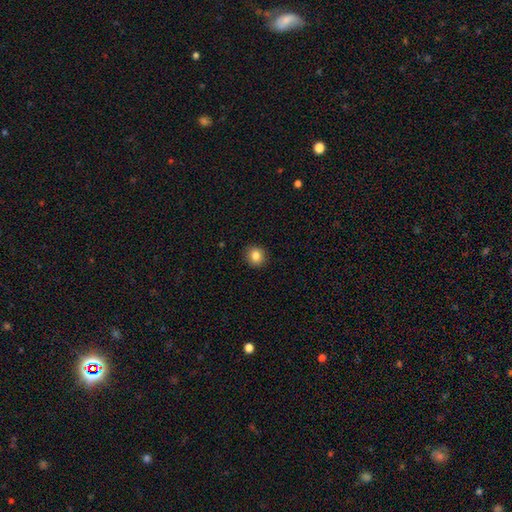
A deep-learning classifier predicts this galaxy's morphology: Smooth or featured?
  - smooth: 84% *
  - star or artifact: 10%
  - featured or disk: 6%
How rounded?
  - round: 86% *
  - in between: 13%
  - cigar-shaped: 1%
Merging?
  - none: 92% *
  - minor disturbance: 6%
  - major disturbance: 2%
  - merger: 1%